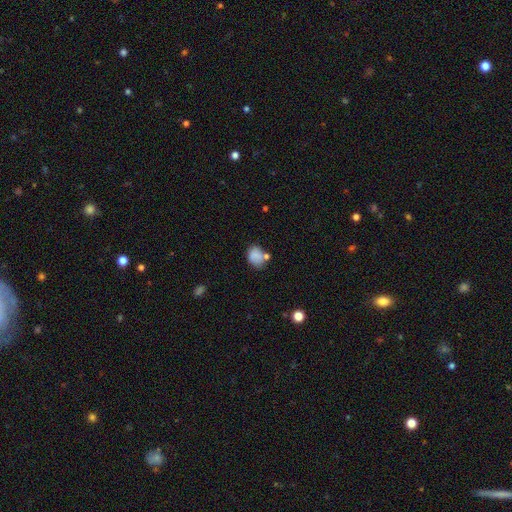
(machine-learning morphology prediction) A smooth galaxy with no disk features (80%) that is in between round and cigar-shaped (52%). Merging: none (53%).